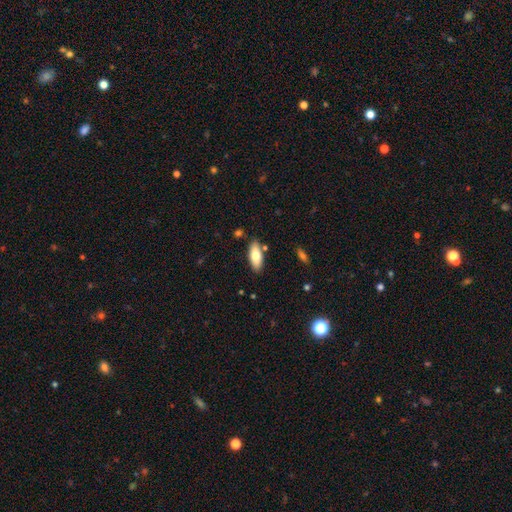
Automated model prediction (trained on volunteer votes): This appears to be a smooth galaxy with no disk features (75%) that is in between round and cigar-shaped (79%). Merging: none (85%).